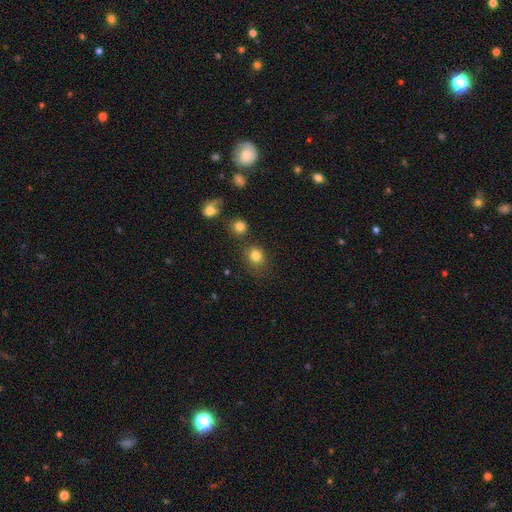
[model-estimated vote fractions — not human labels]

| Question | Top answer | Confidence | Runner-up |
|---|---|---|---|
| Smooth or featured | smooth | 81% | star or artifact (13%) |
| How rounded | round | 76% | in between (23%) |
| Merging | none | 75% | minor disturbance (13%) |